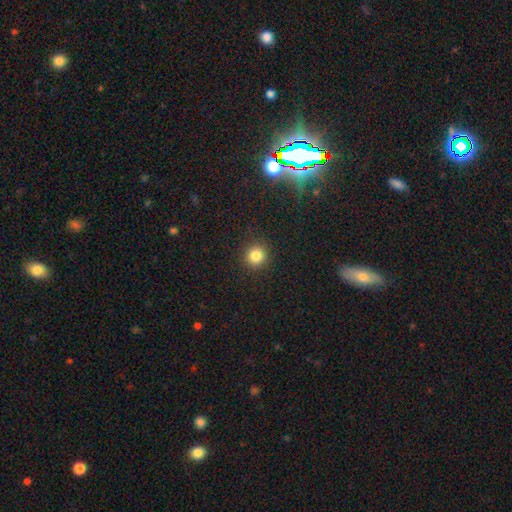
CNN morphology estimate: Smooth or featured: smooth — 83% (star or artifact — 12%)
How rounded: round — 92% (in between — 7%)
Merging: none — 91% (minor disturbance — 6%)